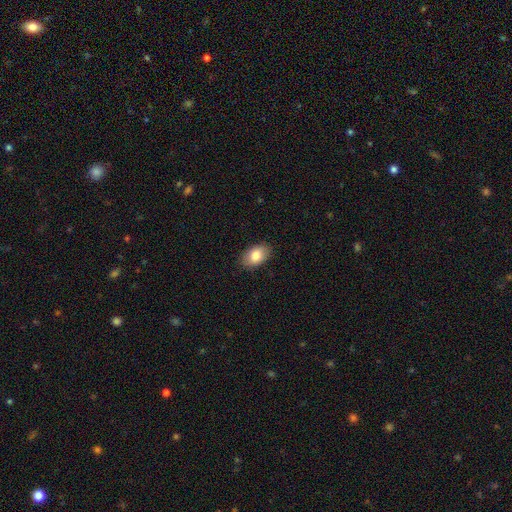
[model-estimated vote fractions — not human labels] Q: Smooth or featured?
A: smooth (82%); runner-up: featured or disk (10%)
Q: How rounded?
A: in between (90%); runner-up: round (8%)
Q: Merging?
A: none (87%); runner-up: minor disturbance (9%)